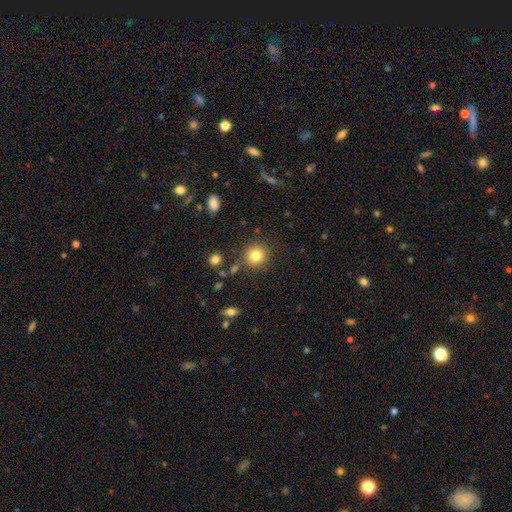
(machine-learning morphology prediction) Overall: smooth (82%). How rounded: round (91%). Merging: none (85%).